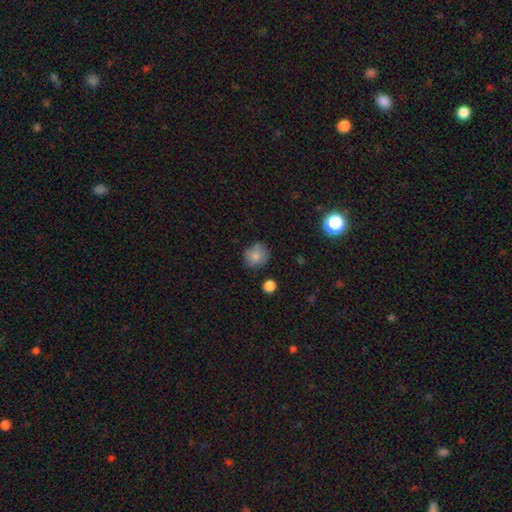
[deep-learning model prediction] A smooth galaxy with no disk features (81%) that is round (84%).

Vote fractions:
- Smooth or featured? smooth: 81% / star or artifact: 9% / featured or disk: 9%
- How rounded? round: 84% / in between: 15% / cigar-shaped: 1%
- Merging? none: 74% / minor disturbance: 18% / major disturbance: 4% / merger: 4%